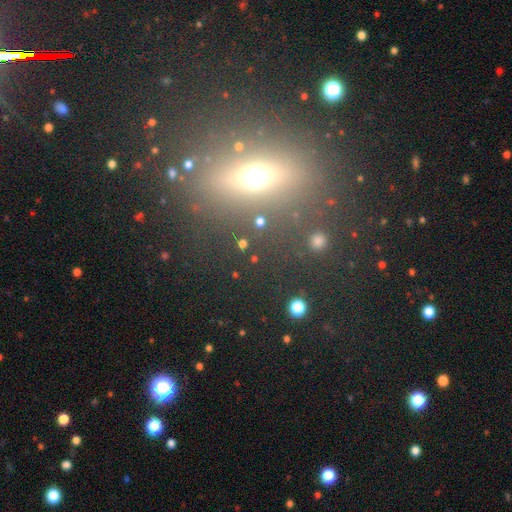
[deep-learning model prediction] Smooth or featured? Predicted: smooth (p=0.41). Merging? Predicted: none (p=0.82).